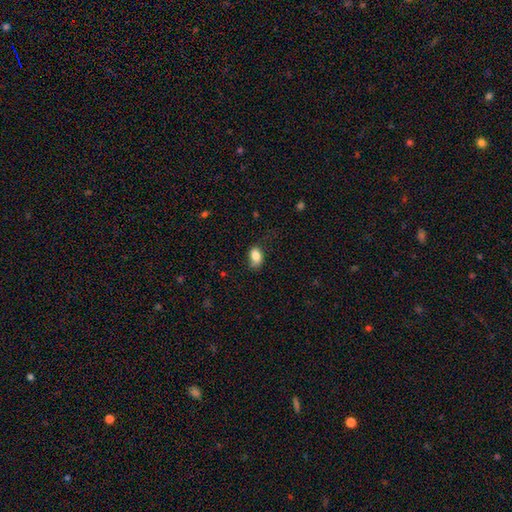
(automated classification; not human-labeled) The model was most divided on "merging": none: 61%, minor disturbance: 28%, major disturbance: 9%, merger: 2%. More confident: how rounded — in between (84%); smooth or featured — smooth (83%).